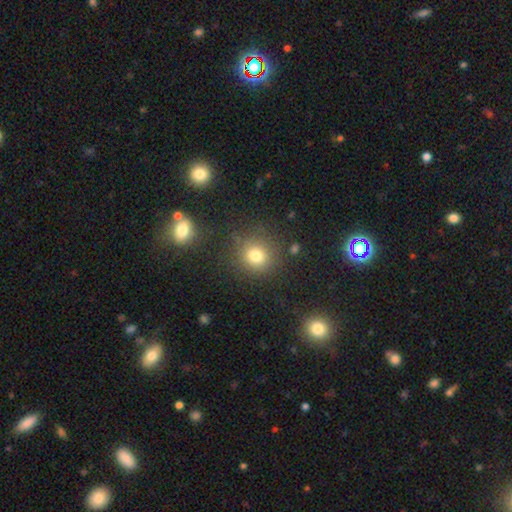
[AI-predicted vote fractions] A smooth galaxy with no disk features (76%) that is round (88%). Merging: none (84%).